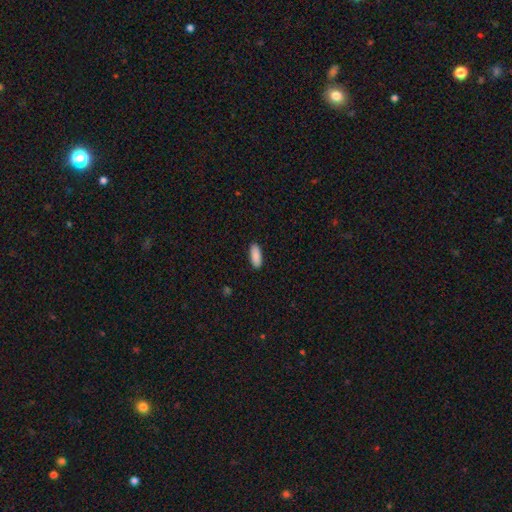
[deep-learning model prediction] Smooth or featured: smooth — 90% (star or artifact — 6%)
How rounded: in between — 76% (cigar-shaped — 22%)
Merging: none — 91% (minor disturbance — 7%)